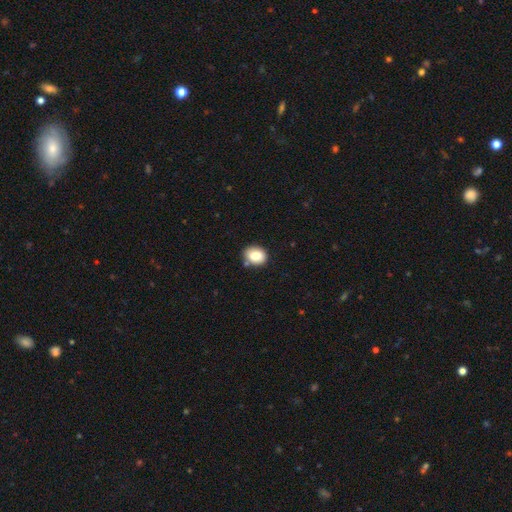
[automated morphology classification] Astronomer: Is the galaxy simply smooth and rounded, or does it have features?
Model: smooth — 82%.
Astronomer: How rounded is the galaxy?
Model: round — 54% (runner-up: in between, 45%).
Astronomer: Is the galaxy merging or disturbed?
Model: none — 80%.